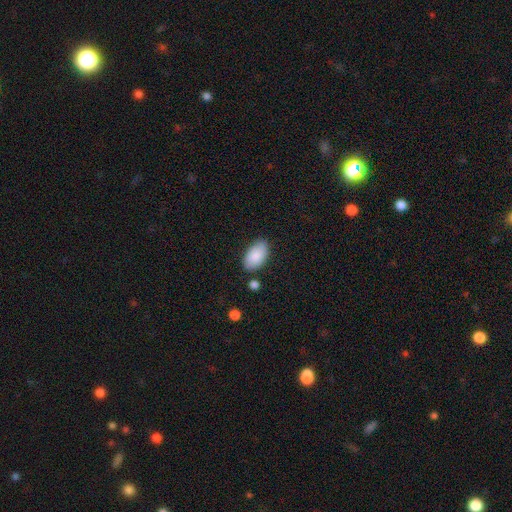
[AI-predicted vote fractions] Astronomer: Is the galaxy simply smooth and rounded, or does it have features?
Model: smooth — 88%.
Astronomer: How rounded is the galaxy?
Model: in between — 95%.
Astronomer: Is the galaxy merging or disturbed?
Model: none — 80%.